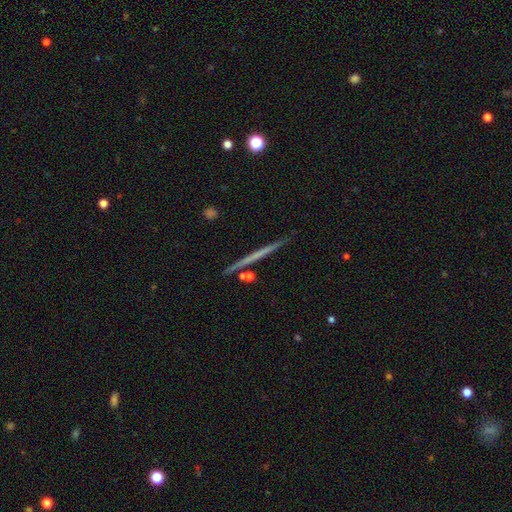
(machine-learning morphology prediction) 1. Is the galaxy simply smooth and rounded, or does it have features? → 61% featured or disk, 32% smooth, 7% star or artifact.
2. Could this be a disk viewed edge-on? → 98% yes, 2% no.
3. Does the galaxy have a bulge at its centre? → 87% none, 9% rounded, 3% boxy.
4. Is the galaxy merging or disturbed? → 90% none, 6% minor disturbance, 3% merger, 1% major disturbance.